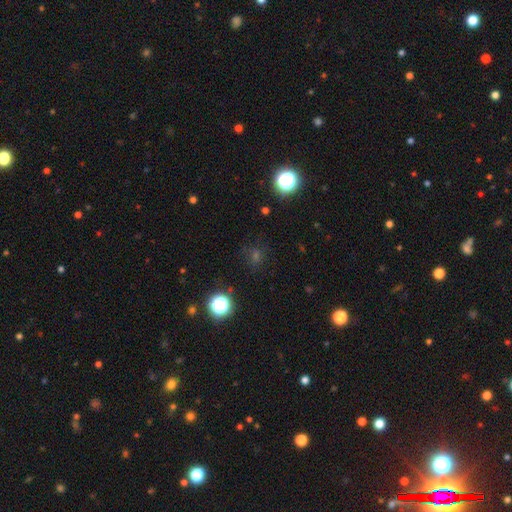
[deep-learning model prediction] Smooth or featured? star or artifact (48%)